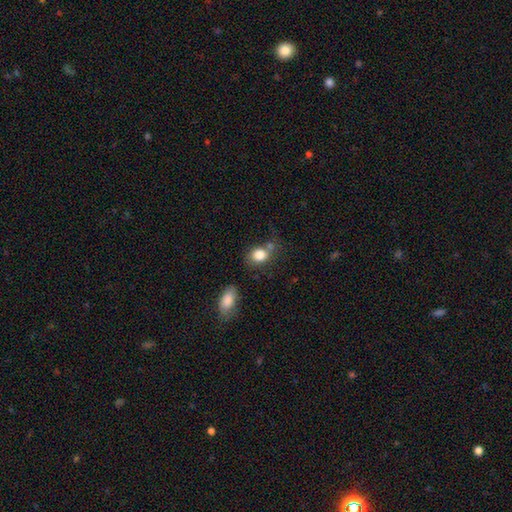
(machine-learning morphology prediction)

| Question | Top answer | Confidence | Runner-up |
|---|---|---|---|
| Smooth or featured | smooth | 80% | star or artifact (12%) |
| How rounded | in between | 50% | round (48%) |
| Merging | none | 53% | minor disturbance (20%) |